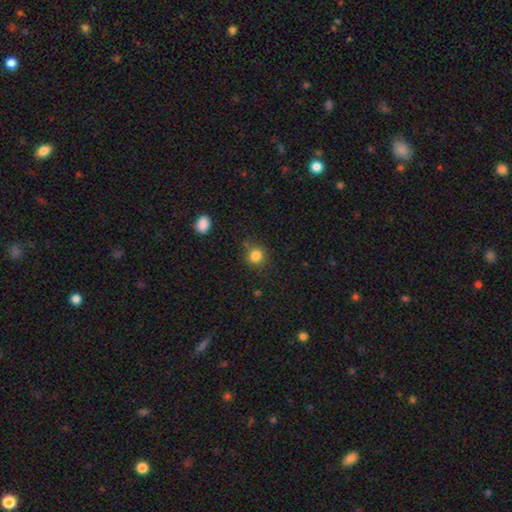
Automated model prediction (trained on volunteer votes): This is clearly a smooth galaxy (84%). How rounded: clearly round (90%). Merging: likely none (79%).